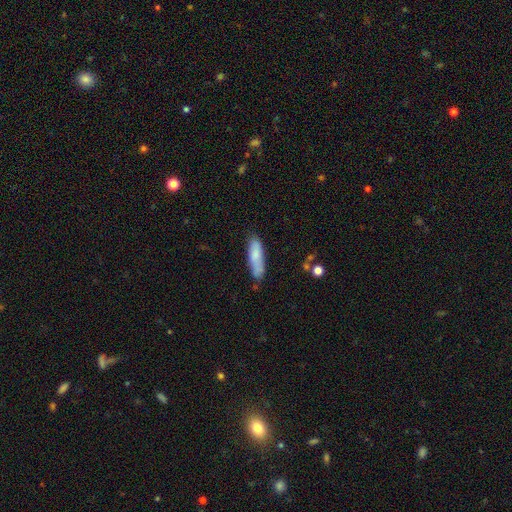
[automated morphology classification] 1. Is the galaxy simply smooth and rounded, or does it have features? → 78% smooth, 16% featured or disk, 6% star or artifact.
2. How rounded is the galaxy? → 59% cigar-shaped, 39% in between, 2% round.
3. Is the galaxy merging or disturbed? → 69% none, 22% minor disturbance, 4% major disturbance, 4% merger.